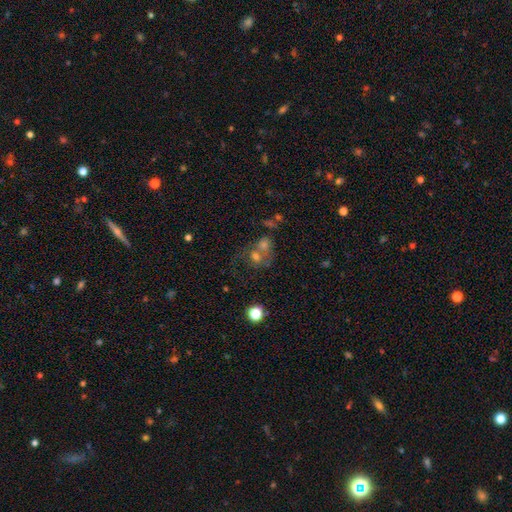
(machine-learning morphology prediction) The model was most divided on "smooth or featured": smooth: 42%, featured or disk: 33%, star or artifact: 24%. More confident: merging — merger (54%).